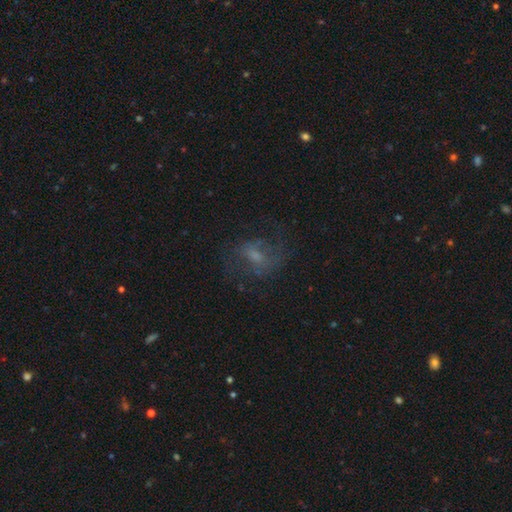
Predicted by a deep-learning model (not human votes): The model was most divided on "smooth or featured": featured or disk: 48%, smooth: 31%, star or artifact: 21%. More confident: merging — none (62%).